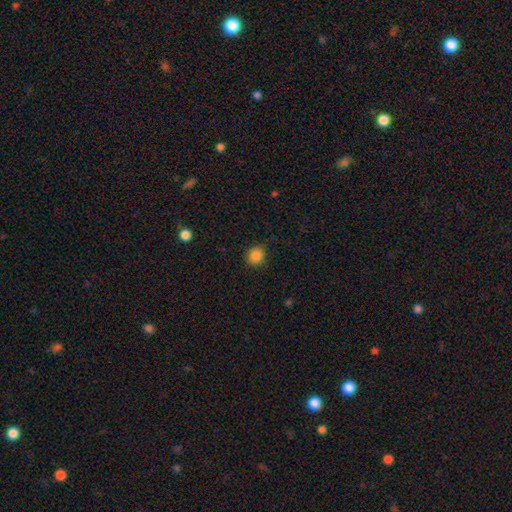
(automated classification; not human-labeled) Smooth or featured? smooth (85%)
How rounded? round (83%)
Merging? none (85%)